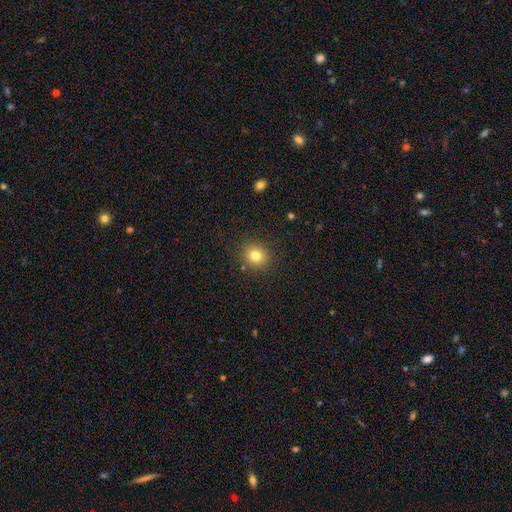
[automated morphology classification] smooth 80%, star or artifact 13%, featured or disk 7%. Down the decision tree: how rounded — round (87%); merging — none (89%).